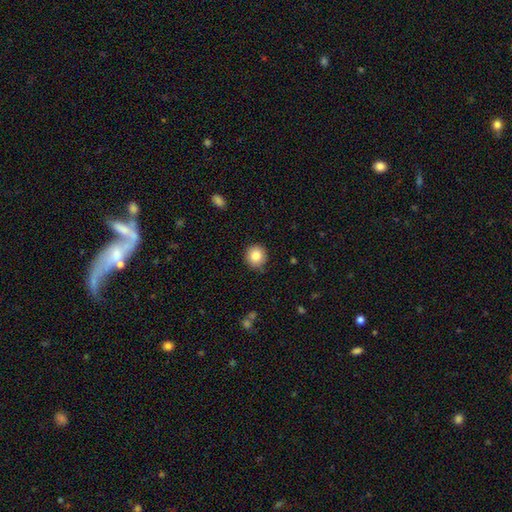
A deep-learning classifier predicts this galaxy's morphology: smooth_or_featured: smooth (p=0.84) [alt: star or artifact p=0.09]
how_rounded: round (p=0.93) [alt: in between p=0.06]
merging: none (p=0.86) [alt: minor disturbance p=0.10]